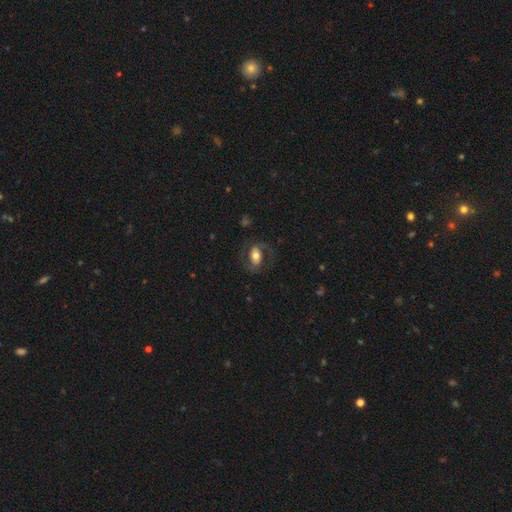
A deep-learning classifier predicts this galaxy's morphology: Q: Smooth or featured?
A: featured or disk (54%); runner-up: smooth (39%)
Q: Edge-on disk?
A: no (94%); runner-up: yes (6%)
Q: Bar?
A: no (42%); runner-up: weak (30%)
Q: Spiral arms?
A: yes (72%); runner-up: no (28%)
Q: Bulge size?
A: moderate (59%); runner-up: large (26%)
Q: Merging?
A: none (69%); runner-up: minor disturbance (15%)